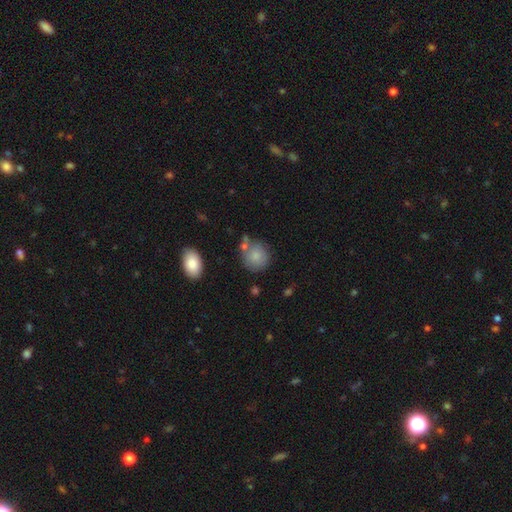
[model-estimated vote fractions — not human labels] Smooth or featured? Predicted: smooth (p=0.82). How rounded? Predicted: round (p=0.86). Merging? Predicted: none (p=0.66).